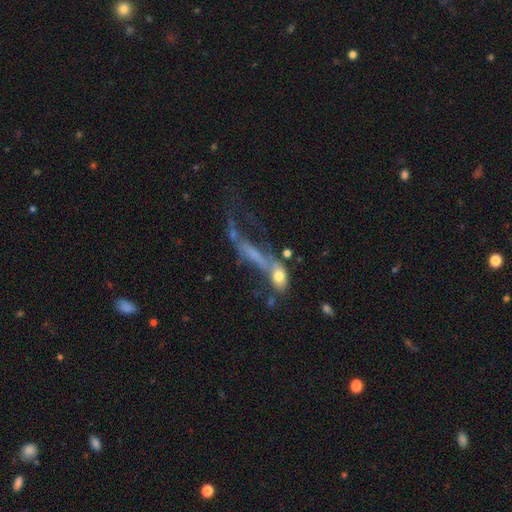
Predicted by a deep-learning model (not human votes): Smooth or featured: featured or disk — 47% (smooth — 38%)
Merging: major disturbance — 37% (merger — 33%)